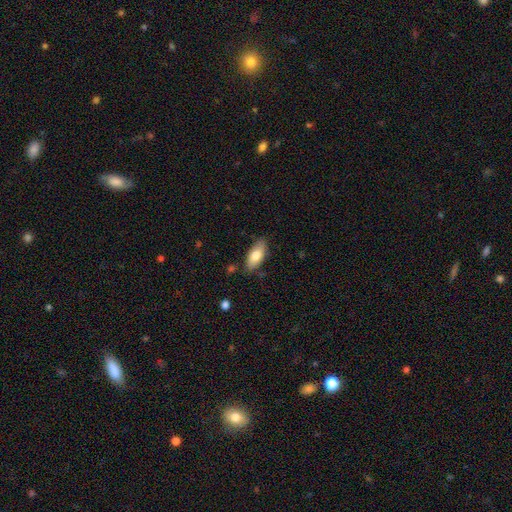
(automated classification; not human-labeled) A smooth galaxy with no disk features (79%) that is in between round and cigar-shaped (87%).

Vote fractions:
- Smooth or featured? smooth: 79% / featured or disk: 15% / star or artifact: 6%
- How rounded? in between: 87% / cigar-shaped: 11% / round: 2%
- Merging? none: 81% / minor disturbance: 14% / major disturbance: 3% / merger: 2%